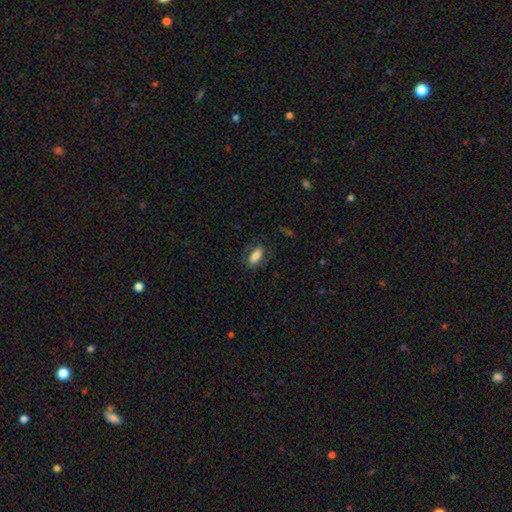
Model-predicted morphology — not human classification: smooth-or-featured: smooth: 70% | featured or disk: 23% | star or artifact: 8%
  how-rounded: in between: 85% | cigar-shaped: 10% | round: 5%
  merging: none: 71% | minor disturbance: 18% | major disturbance: 10% | merger: 1%